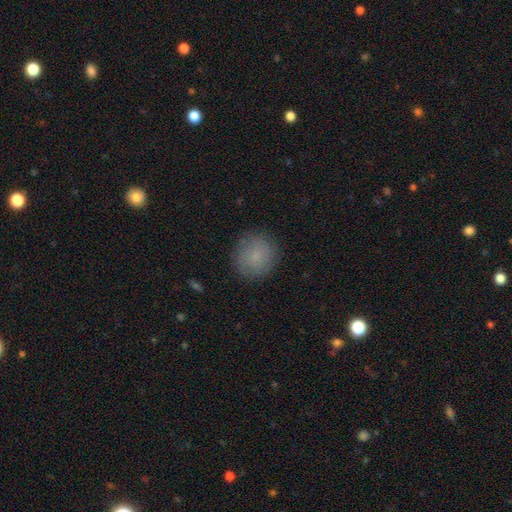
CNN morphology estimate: Smooth or featured: smooth — 80% (featured or disk — 11%)
How rounded: round — 92% (in between — 7%)
Merging: none — 86% (minor disturbance — 10%)